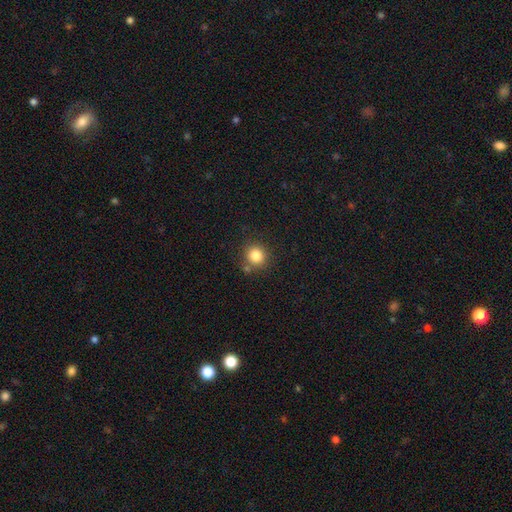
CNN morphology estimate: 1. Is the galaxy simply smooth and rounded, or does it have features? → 84% smooth, 11% star or artifact, 5% featured or disk.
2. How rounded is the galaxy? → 90% round, 10% in between, 1% cigar-shaped.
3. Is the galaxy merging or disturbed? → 78% none, 10% minor disturbance, 9% merger, 3% major disturbance.